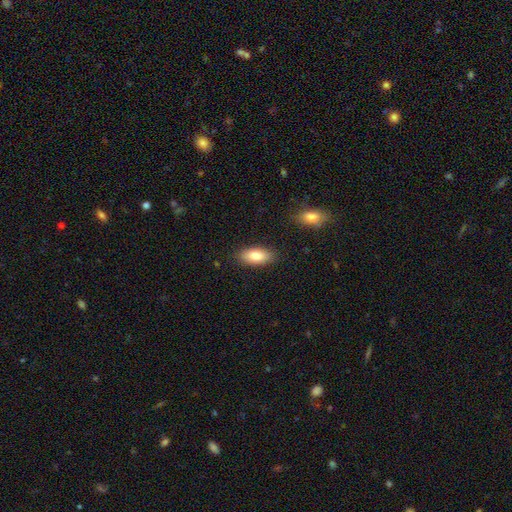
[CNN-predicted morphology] The model was most divided on "smooth or featured": smooth: 80%, featured or disk: 13%, star or artifact: 7%. More confident: how rounded — in between (88%); merging — none (86%).